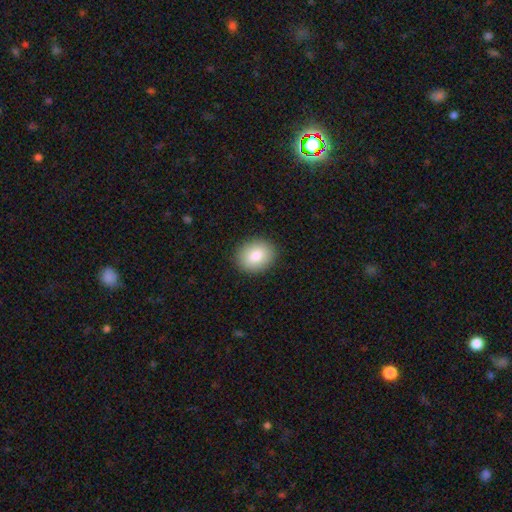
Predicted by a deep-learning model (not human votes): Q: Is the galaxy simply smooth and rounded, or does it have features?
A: smooth — 84%.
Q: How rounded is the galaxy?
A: in between — 53%.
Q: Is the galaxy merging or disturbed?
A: none — 90%.